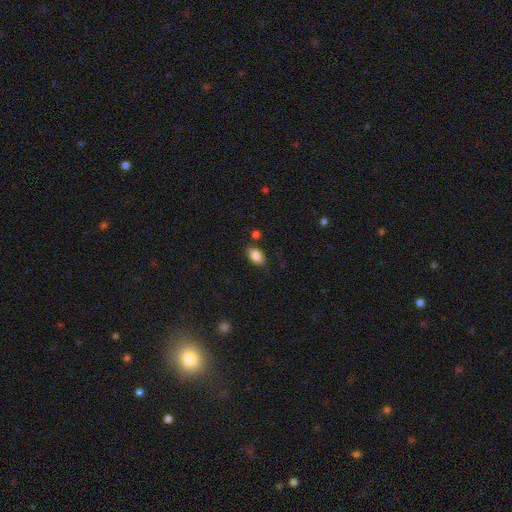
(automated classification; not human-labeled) Smooth or featured? smooth (85%)
How rounded? in between (91%)
Merging? none (80%)